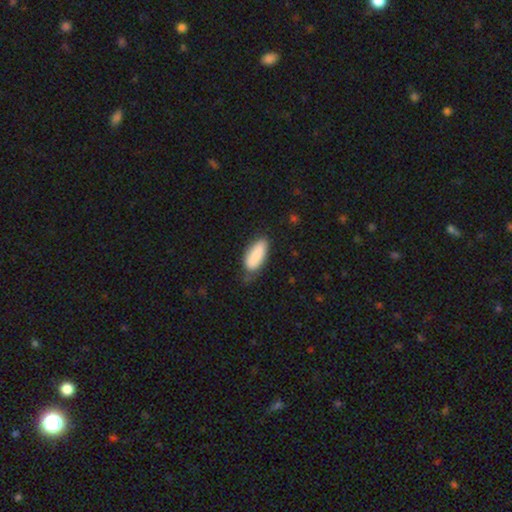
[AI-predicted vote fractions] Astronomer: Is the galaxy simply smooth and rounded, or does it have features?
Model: smooth — 86%.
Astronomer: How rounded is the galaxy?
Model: in between — 84%.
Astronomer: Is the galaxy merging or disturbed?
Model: none — 60%.